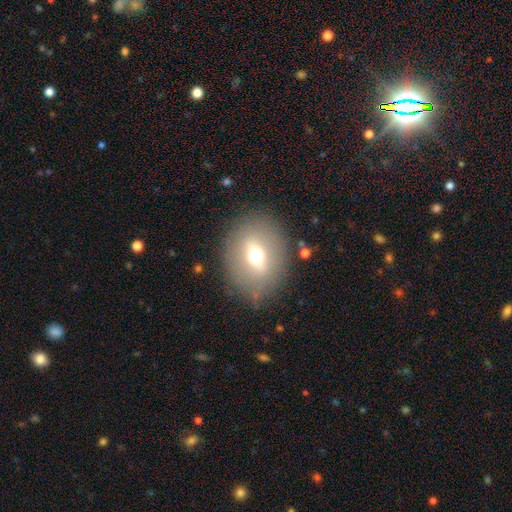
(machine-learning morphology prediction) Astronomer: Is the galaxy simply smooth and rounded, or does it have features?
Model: smooth — 53% (runner-up: featured or disk, 36%).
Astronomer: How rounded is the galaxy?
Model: round — 52% (runner-up: in between, 46%).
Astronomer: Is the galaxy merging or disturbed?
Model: none — 83%.